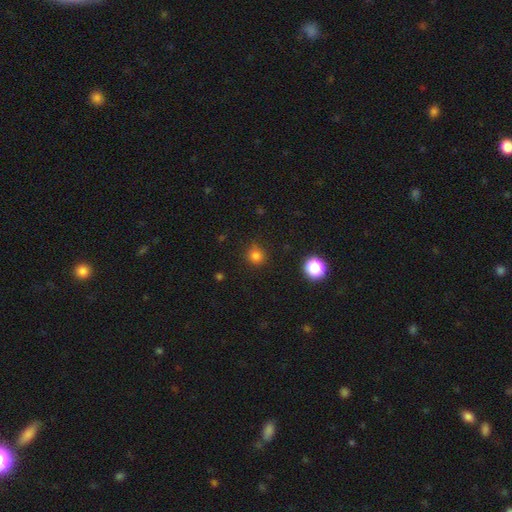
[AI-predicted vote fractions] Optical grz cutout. It shows a smooth galaxy with no disk features (80%) that is round (91%). Merging: none (84%).